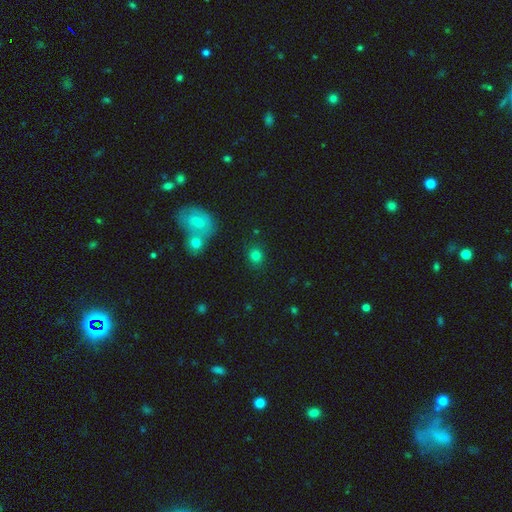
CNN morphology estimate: Smooth or featured?
  - smooth: 80% *
  - star or artifact: 13%
  - featured or disk: 7%
How rounded?
  - round: 76% *
  - in between: 23%
  - cigar-shaped: 1%
Merging?
  - none: 83% *
  - minor disturbance: 8%
  - merger: 7%
  - major disturbance: 3%